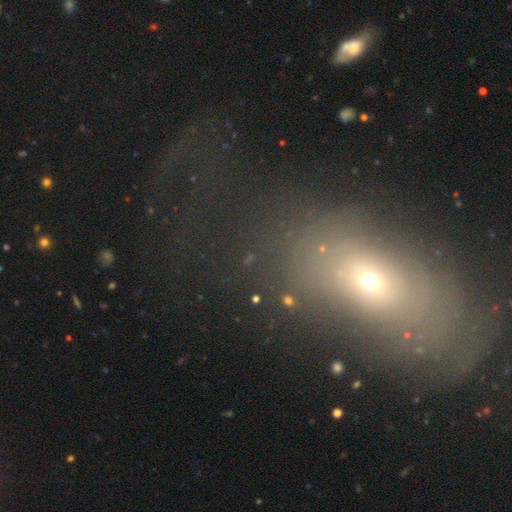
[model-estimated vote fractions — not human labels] Smooth or featured: smooth — 44% (featured or disk — 30%)
Merging: none — 46% (major disturbance — 32%)